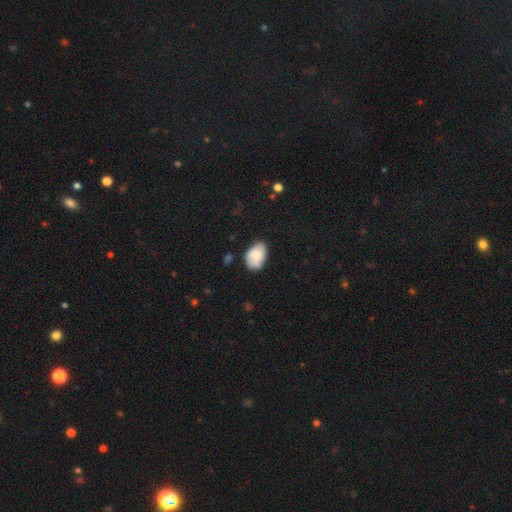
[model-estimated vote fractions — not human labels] Smooth or featured? smooth (74%)
How rounded? in between (86%)
Merging? none (64%)